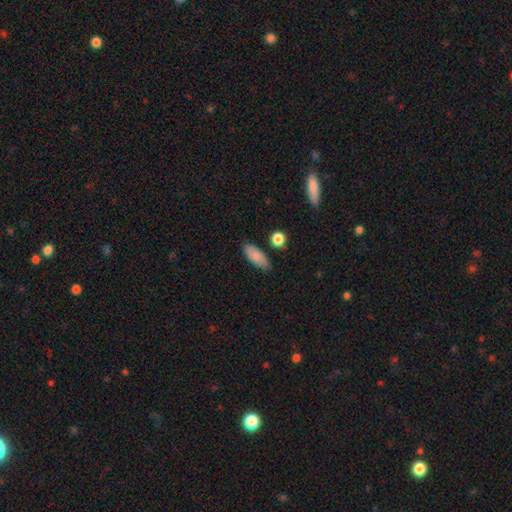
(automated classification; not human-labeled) smooth_or_featured: smooth (p=0.82) [alt: featured or disk p=0.11]
how_rounded: in between (p=0.81) [alt: cigar-shaped p=0.16]
merging: none (p=0.79) [alt: minor disturbance p=0.15]